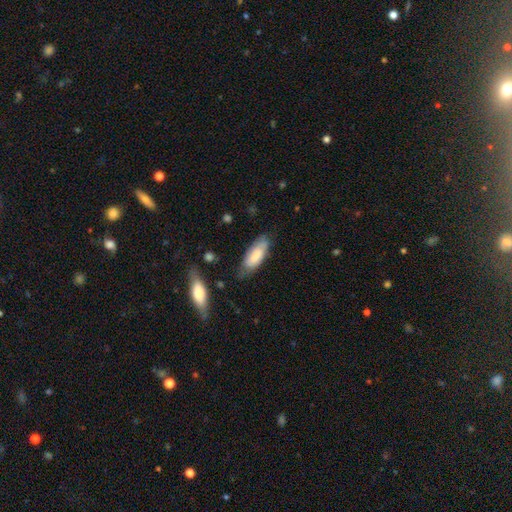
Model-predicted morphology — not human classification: smooth-or-featured: smooth: 68% | featured or disk: 26% | star or artifact: 6%
  how-rounded: in between: 75% | cigar-shaped: 23% | round: 2%
  merging: none: 62% | minor disturbance: 27% | major disturbance: 7% | merger: 3%